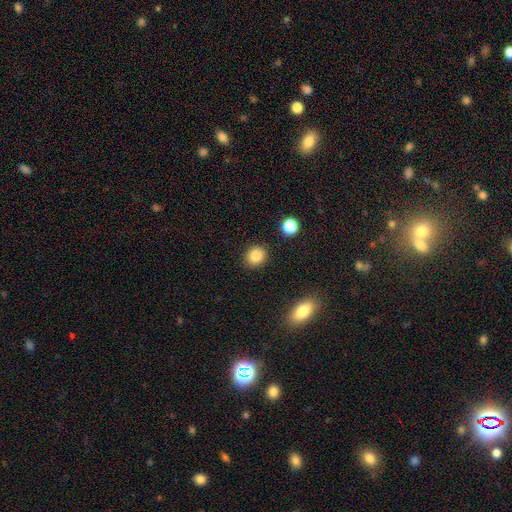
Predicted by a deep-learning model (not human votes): Smooth or featured?
  - smooth: 85% *
  - star or artifact: 10%
  - featured or disk: 5%
How rounded?
  - round: 78% *
  - in between: 21%
  - cigar-shaped: 1%
Merging?
  - none: 88% *
  - minor disturbance: 7%
  - major disturbance: 2%
  - merger: 2%